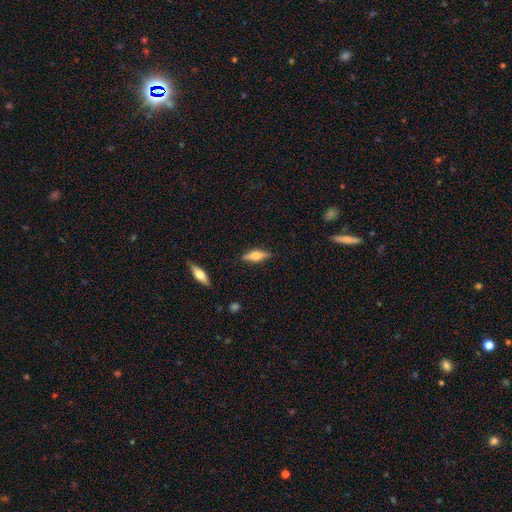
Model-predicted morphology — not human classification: This appears to be a featured or disk galaxy (52%) viewed edge-on (94%). Merging: none (86%).